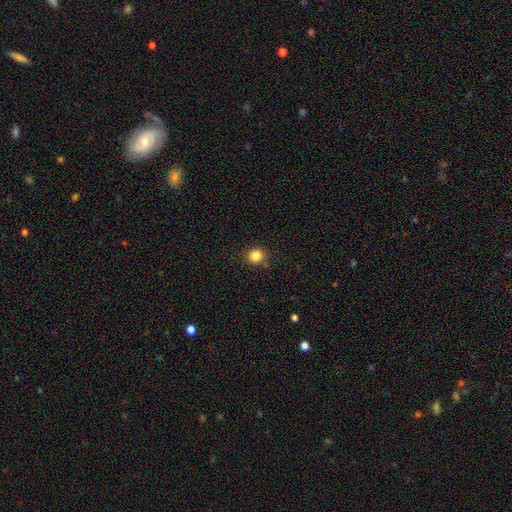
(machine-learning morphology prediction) A smooth galaxy with no disk features (85%) that is round (90%). Merging: none (88%).